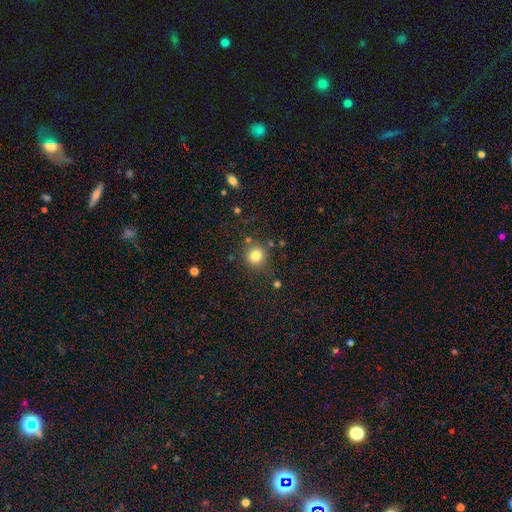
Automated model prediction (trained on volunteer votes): Overall: smooth (81%). How rounded: round (90%). Merging: none (81%).